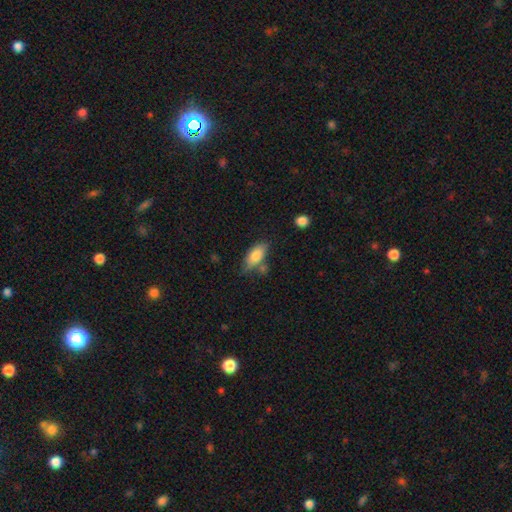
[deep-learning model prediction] smooth_or_featured: smooth (p=0.80) [alt: featured or disk p=0.13]
how_rounded: in between (p=0.84) [alt: cigar-shaped p=0.13]
merging: none (p=0.62) [alt: minor disturbance p=0.22]